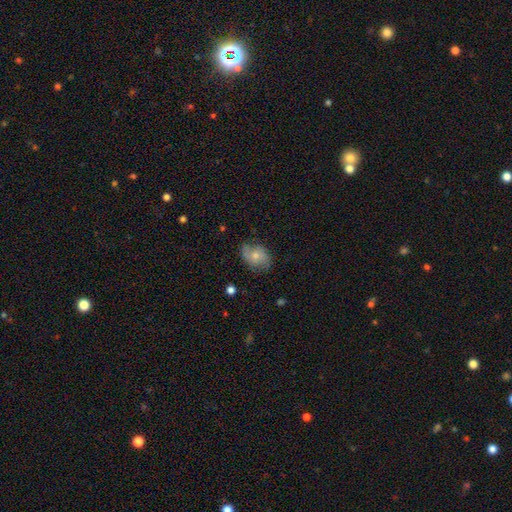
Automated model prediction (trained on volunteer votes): Smooth or featured?
  - smooth: 62% *
  - featured or disk: 31%
  - star or artifact: 8%
How rounded?
  - in between: 74% *
  - round: 25%
  - cigar-shaped: 1%
Merging?
  - none: 68% *
  - minor disturbance: 24%
  - major disturbance: 7%
  - merger: 1%